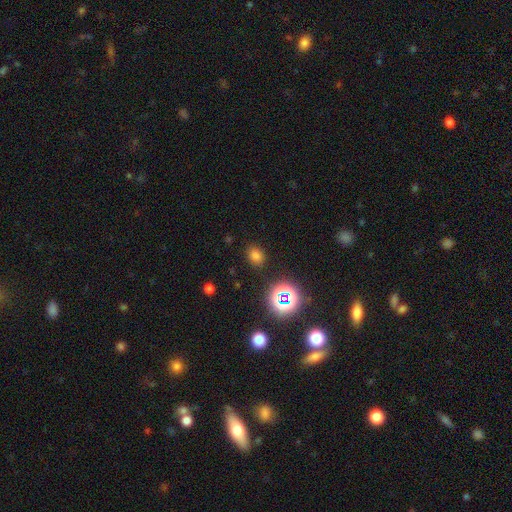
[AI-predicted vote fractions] Smooth or featured? smooth (70%)
How rounded? in between (50%)
Merging? none (84%)